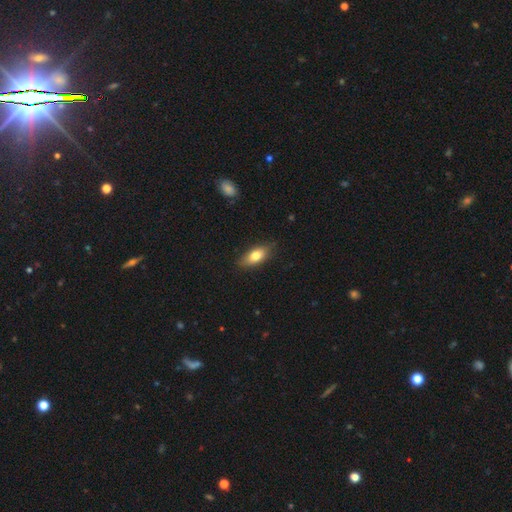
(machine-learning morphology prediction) A smooth galaxy with no disk features (75%) that is in between round and cigar-shaped (82%).

Vote fractions:
- Smooth or featured? smooth: 75% / featured or disk: 18% / star or artifact: 7%
- How rounded? in between: 82% / cigar-shaped: 14% / round: 5%
- Merging? none: 82% / minor disturbance: 15% / major disturbance: 3% / merger: 1%